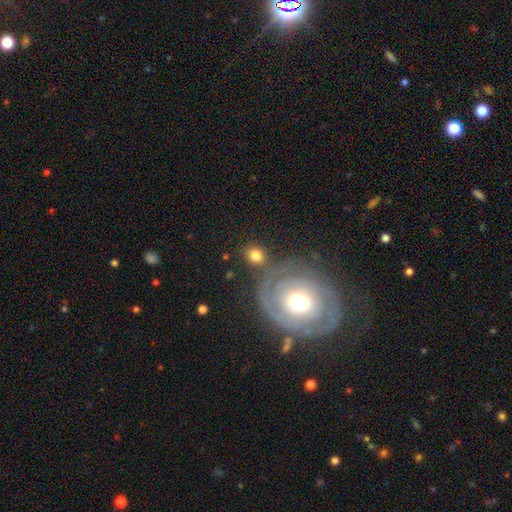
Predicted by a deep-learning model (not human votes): Smooth or featured: smooth — 77% (featured or disk — 16%)
How rounded: round — 72% (in between — 27%)
Merging: none — 71% (merger — 12%)